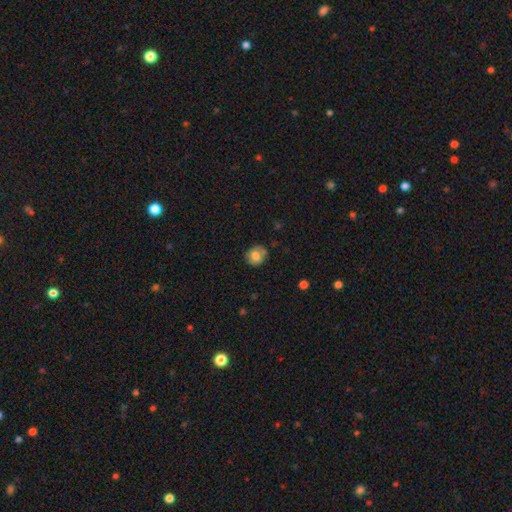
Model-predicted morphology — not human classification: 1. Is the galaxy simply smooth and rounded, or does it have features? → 71% smooth, 20% featured or disk, 9% star or artifact.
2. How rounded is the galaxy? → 76% round, 23% in between, 1% cigar-shaped.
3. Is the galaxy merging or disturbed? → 73% none, 20% minor disturbance, 5% major disturbance, 2% merger.